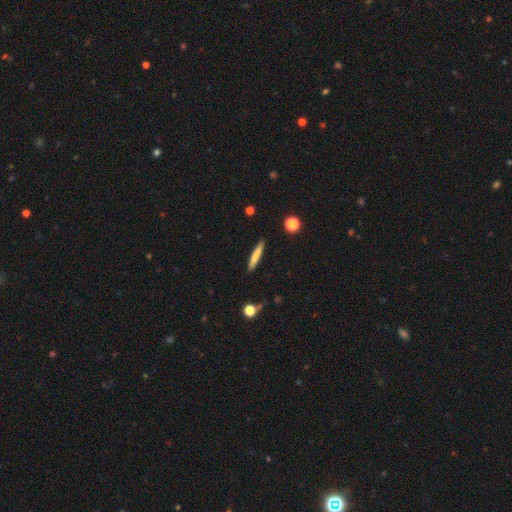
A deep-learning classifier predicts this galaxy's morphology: The model was most divided on "smooth or featured": smooth: 75%, featured or disk: 19%, star or artifact: 6%. More confident: how rounded — cigar-shaped (93%); merging — none (89%).